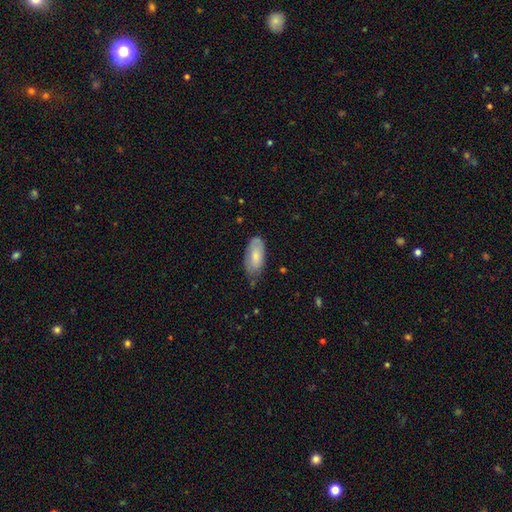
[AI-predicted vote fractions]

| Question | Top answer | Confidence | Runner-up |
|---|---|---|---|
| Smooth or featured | smooth | 72% | featured or disk (22%) |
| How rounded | in between | 89% | cigar-shaped (9%) |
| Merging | none | 57% | minor disturbance (34%) |